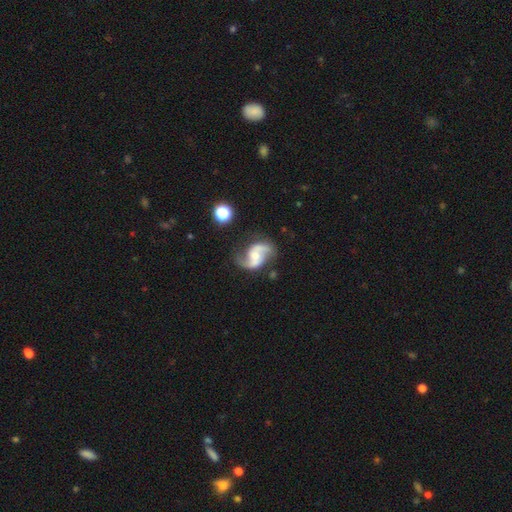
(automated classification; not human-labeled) Overall: featured or disk (88%). Edge-on disk: no (98%). Bar: no (44%; weak 40%). Spiral arms: yes (97%). Spiral arm count: 2 (93%). Spiral winding: loose (53%; medium 39%). Bulge size: moderate (41%; small 40%). Merging: none (73%).